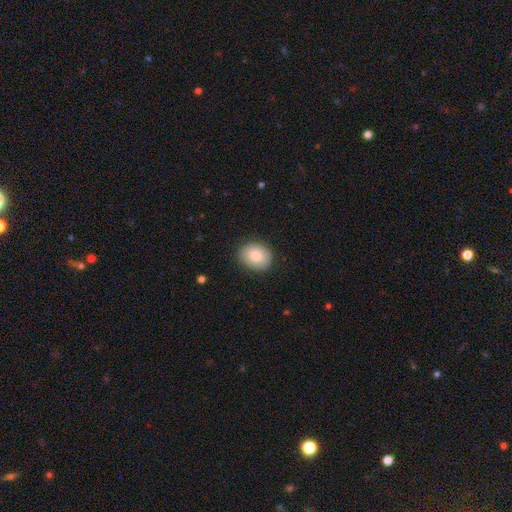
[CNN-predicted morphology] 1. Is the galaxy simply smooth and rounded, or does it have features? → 83% smooth, 10% featured or disk, 7% star or artifact.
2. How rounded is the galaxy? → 58% round, 41% in between, 1% cigar-shaped.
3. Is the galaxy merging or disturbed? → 86% none, 11% minor disturbance, 3% major disturbance, 1% merger.